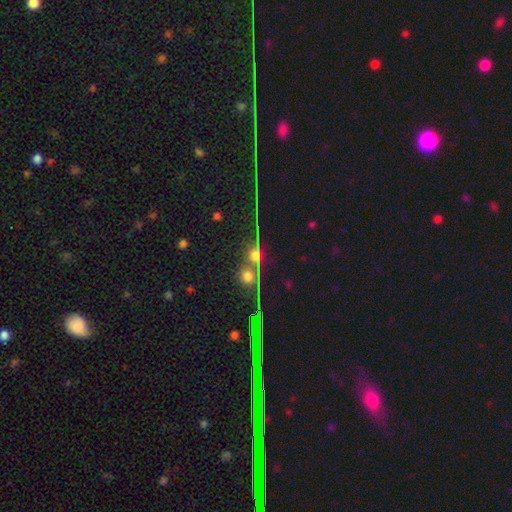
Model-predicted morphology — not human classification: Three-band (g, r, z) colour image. It shows a star or artifact, not a galaxy (54%).